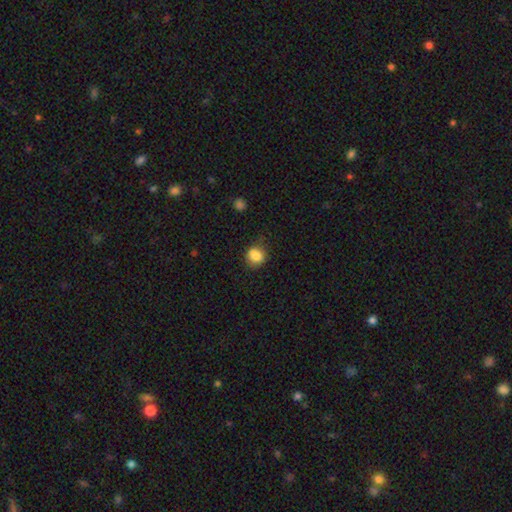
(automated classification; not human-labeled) A smooth galaxy with no disk features (82%) that is round (73%).

Vote fractions:
- Smooth or featured? smooth: 82% / star or artifact: 10% / featured or disk: 8%
- How rounded? round: 73% / in between: 26% / cigar-shaped: 1%
- Merging? none: 68% / minor disturbance: 23% / major disturbance: 6% / merger: 3%